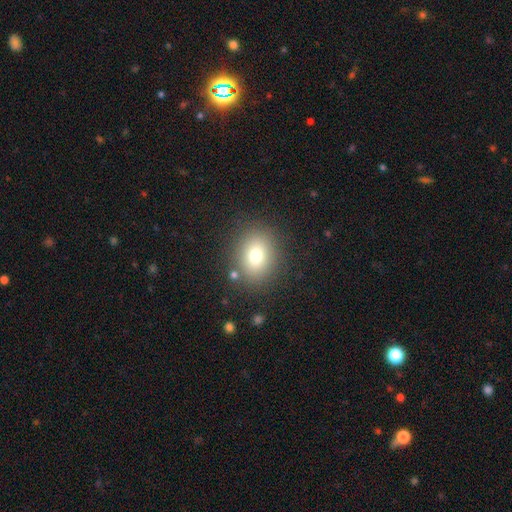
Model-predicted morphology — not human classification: This appears to be a smooth galaxy with no disk features (75%) that is round (59%). Merging: none (84%).